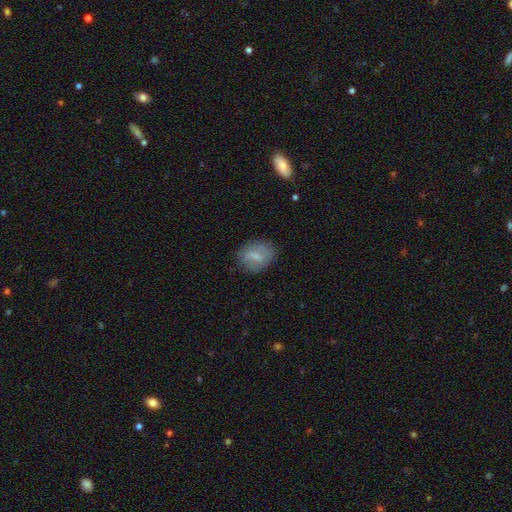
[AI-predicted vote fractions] Morphology: type=smooth (65%); roundness=in between (69%); merging=none (74%).